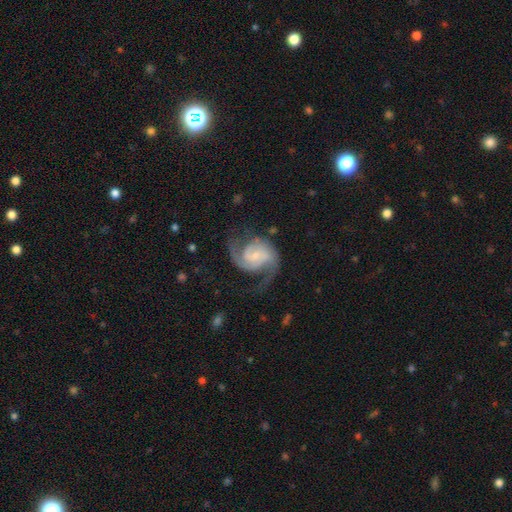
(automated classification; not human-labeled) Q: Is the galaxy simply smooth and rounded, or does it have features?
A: featured or disk — 89%.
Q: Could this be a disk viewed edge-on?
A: no — 98%.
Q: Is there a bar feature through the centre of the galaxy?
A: no — 50%.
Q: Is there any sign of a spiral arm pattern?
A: yes — 98%.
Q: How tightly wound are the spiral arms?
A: medium — 54%.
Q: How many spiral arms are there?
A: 2 — 81%.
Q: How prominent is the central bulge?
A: small — 62%.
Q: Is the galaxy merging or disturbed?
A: none — 63%.